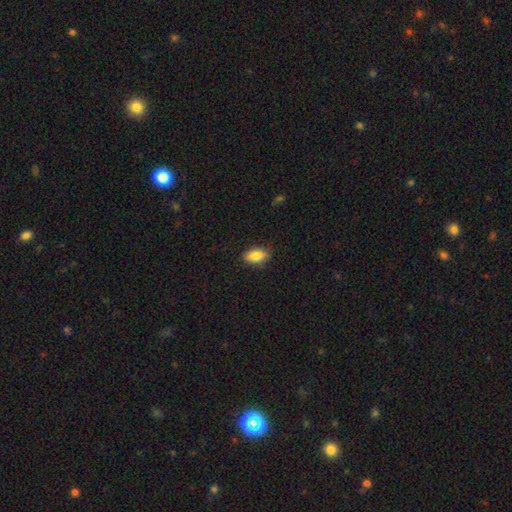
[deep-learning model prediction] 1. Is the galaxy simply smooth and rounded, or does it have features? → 87% smooth, 7% star or artifact, 6% featured or disk.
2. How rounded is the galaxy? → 91% in between, 6% round, 3% cigar-shaped.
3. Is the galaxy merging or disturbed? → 84% none, 13% minor disturbance, 2% major disturbance, 1% merger.